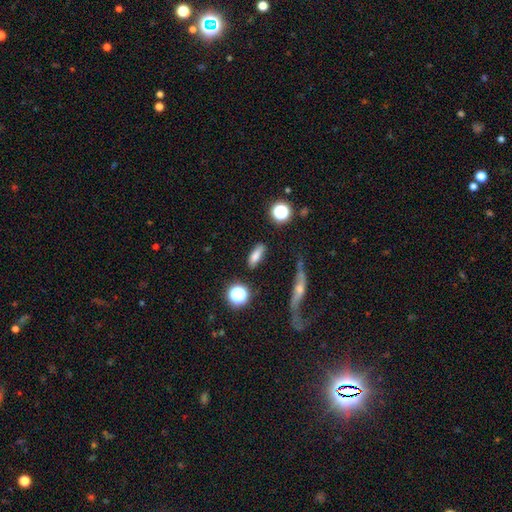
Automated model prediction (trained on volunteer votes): Smooth or featured?
  - smooth: 77% *
  - featured or disk: 12%
  - star or artifact: 11%
How rounded?
  - in between: 58% *
  - cigar-shaped: 35%
  - round: 7%
Merging?
  - none: 79% *
  - minor disturbance: 13%
  - major disturbance: 4%
  - merger: 4%